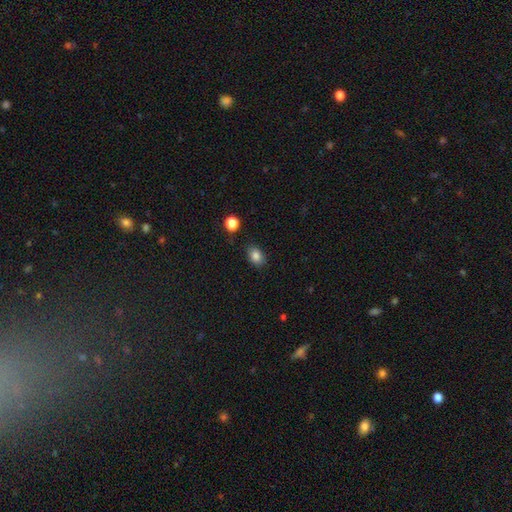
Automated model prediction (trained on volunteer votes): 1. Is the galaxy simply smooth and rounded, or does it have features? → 85% smooth, 10% star or artifact, 5% featured or disk.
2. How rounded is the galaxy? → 70% in between, 29% round, 1% cigar-shaped.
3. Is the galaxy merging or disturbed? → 82% none, 13% minor disturbance, 3% major disturbance, 2% merger.